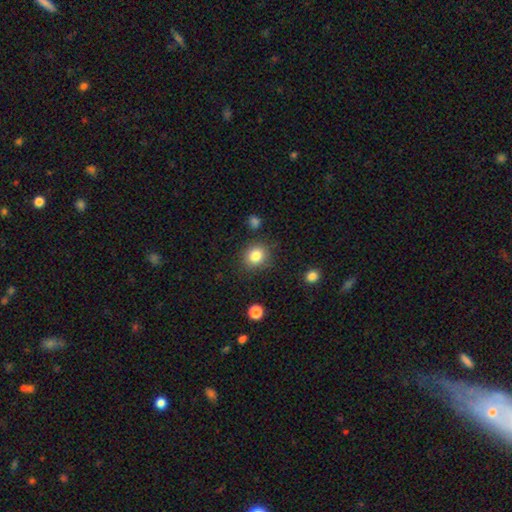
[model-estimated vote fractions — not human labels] Overall: smooth (83%). How rounded: round (80%). Merging: none (85%).